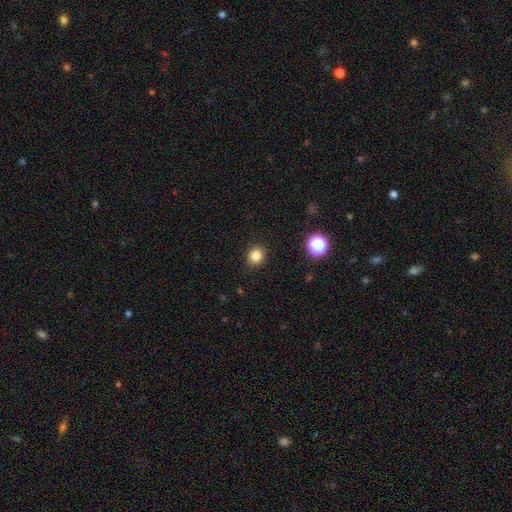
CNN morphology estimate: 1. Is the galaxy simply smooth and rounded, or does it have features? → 83% smooth, 13% star or artifact, 5% featured or disk.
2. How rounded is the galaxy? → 72% round, 28% in between, 1% cigar-shaped.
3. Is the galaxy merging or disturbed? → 90% none, 7% minor disturbance, 2% major disturbance, 1% merger.